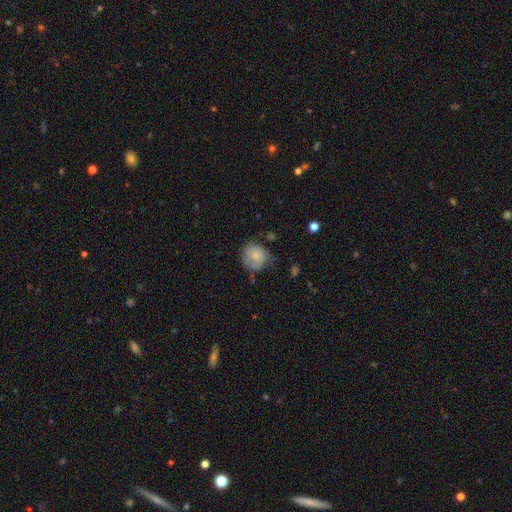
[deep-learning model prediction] Smooth or featured?
  - smooth: 61% *
  - featured or disk: 31%
  - star or artifact: 8%
How rounded?
  - round: 81% *
  - in between: 18%
  - cigar-shaped: 1%
Merging?
  - none: 56% *
  - minor disturbance: 30%
  - major disturbance: 12%
  - merger: 2%